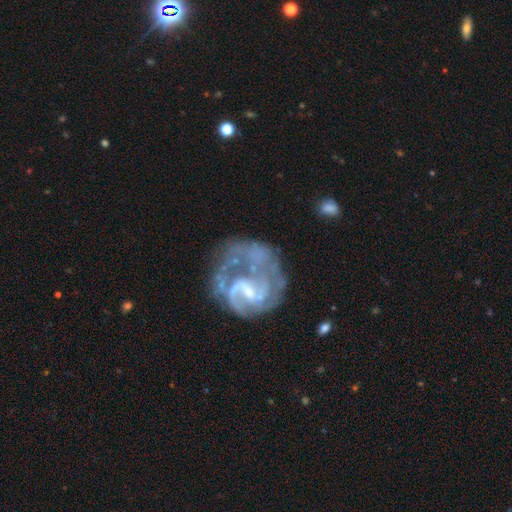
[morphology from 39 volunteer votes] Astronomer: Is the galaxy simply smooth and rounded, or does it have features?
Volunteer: featured or disk — 95%.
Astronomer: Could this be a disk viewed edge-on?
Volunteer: no — 100%.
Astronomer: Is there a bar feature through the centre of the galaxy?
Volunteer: weak — 49% (runner-up: strong, 38%).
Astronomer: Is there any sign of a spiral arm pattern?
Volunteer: yes — 89%.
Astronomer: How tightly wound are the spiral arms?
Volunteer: medium — 58%.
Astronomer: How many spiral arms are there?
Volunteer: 2 — 67%.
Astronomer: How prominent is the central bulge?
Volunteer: small — 49% (runner-up: moderate, 43%).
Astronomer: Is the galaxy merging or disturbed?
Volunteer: major disturbance — 46% (runner-up: none, 41%).